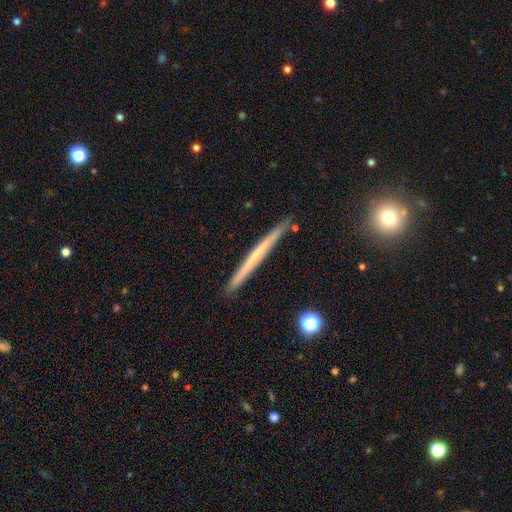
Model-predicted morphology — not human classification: Smooth or featured: featured or disk — 50% (smooth — 44%)
Merging: none — 90% (minor disturbance — 7%)